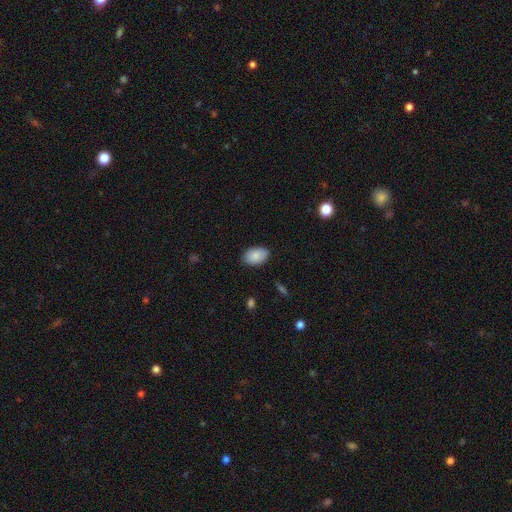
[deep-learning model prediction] The model was most divided on "merging": none: 86%, minor disturbance: 11%, major disturbance: 2%, merger: 1%. More confident: how rounded — in between (91%); smooth or featured — smooth (86%).